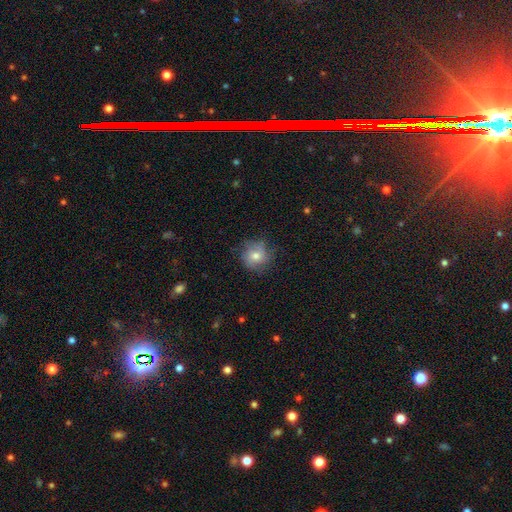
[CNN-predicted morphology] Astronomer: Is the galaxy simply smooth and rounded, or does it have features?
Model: smooth — 58%.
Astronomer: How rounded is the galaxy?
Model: round — 88%.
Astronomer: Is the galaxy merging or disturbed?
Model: none — 73%.